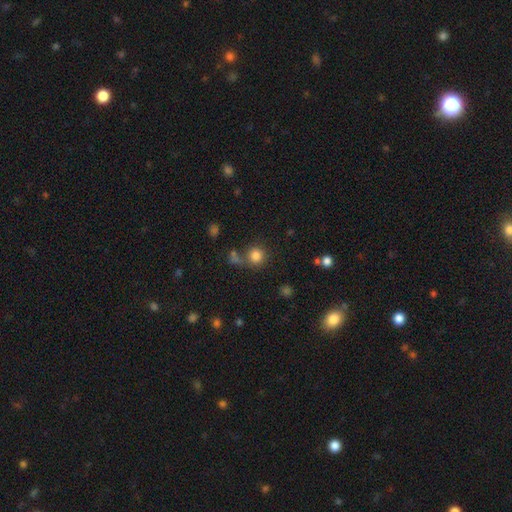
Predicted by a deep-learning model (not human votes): The model was most divided on "merging": none: 69%, merger: 15%, minor disturbance: 10%, major disturbance: 6%. More confident: how rounded — round (91%); smooth or featured — smooth (81%).